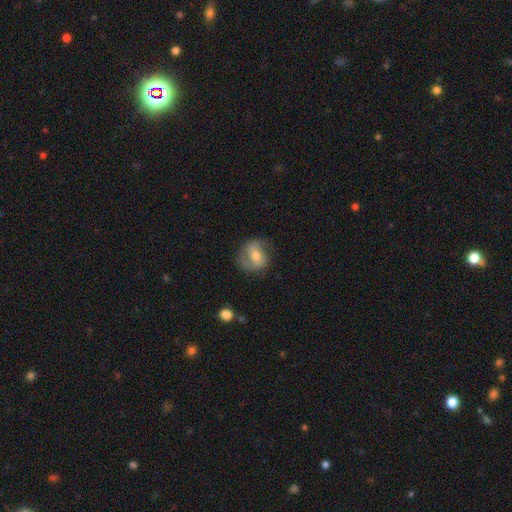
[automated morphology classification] Smooth or featured? Predicted: featured or disk (p=0.54). Edge-on disk? Predicted: no (p=0.95). Bar? Predicted: weak (p=0.39). Spiral arms? Predicted: yes (p=0.77). Bulge size? Predicted: moderate (p=0.58). Merging? Predicted: none (p=0.70).